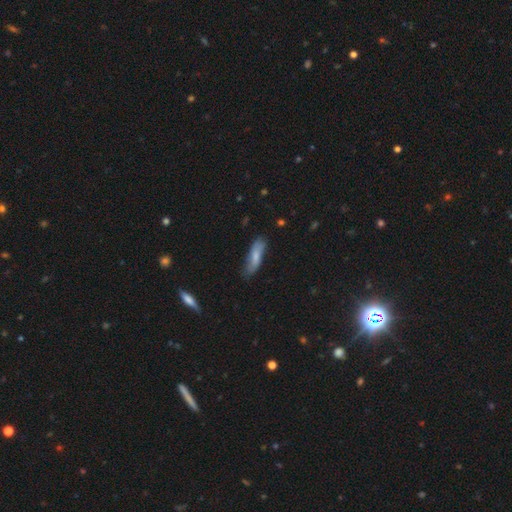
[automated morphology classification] type=smooth (73%); roundness=cigar-shaped (52%); merging=none (72%).